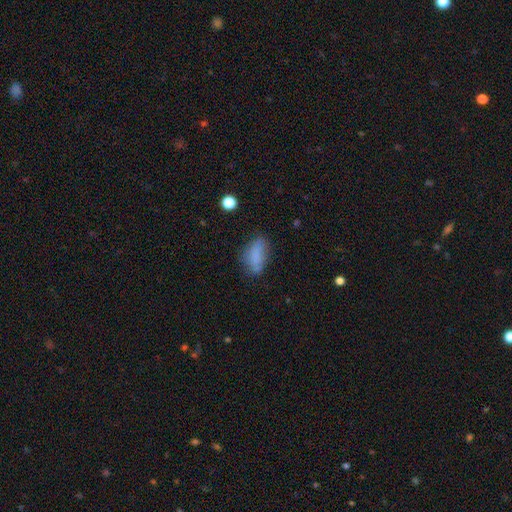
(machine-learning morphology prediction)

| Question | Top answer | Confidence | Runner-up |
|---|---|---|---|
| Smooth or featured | smooth | 77% | featured or disk (14%) |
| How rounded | in between | 86% | cigar-shaped (10%) |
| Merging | none | 60% | minor disturbance (26%) |